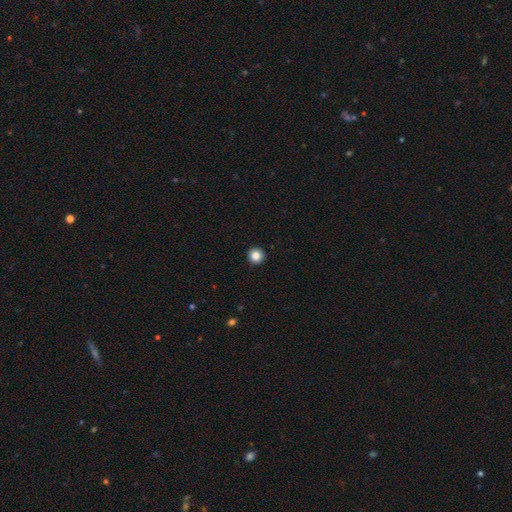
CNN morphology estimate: The model was most divided on "smooth or featured": smooth: 86%, star or artifact: 10%, featured or disk: 3%. More confident: how rounded — round (95%); merging — none (93%).